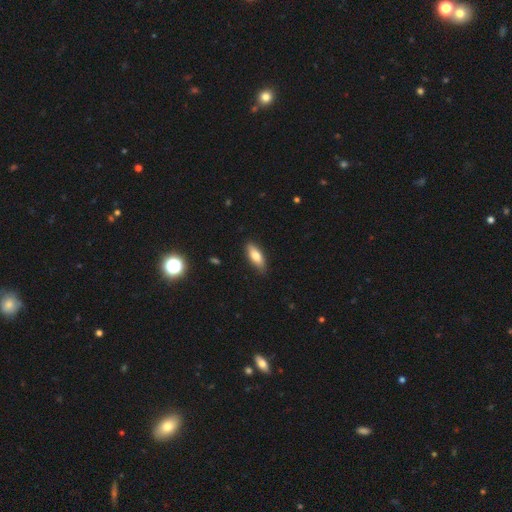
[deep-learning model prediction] Smooth or featured? smooth (74%)
How rounded? in between (69%)
Merging? none (86%)